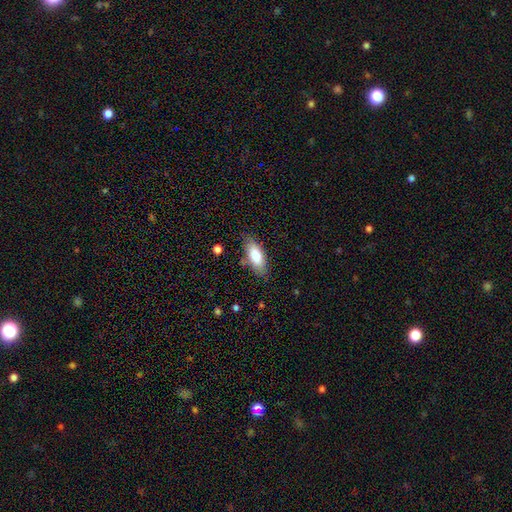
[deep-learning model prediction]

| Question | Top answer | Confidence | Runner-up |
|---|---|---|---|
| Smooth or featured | smooth | 79% | featured or disk (15%) |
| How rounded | in between | 77% | cigar-shaped (21%) |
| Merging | none | 80% | minor disturbance (15%) |